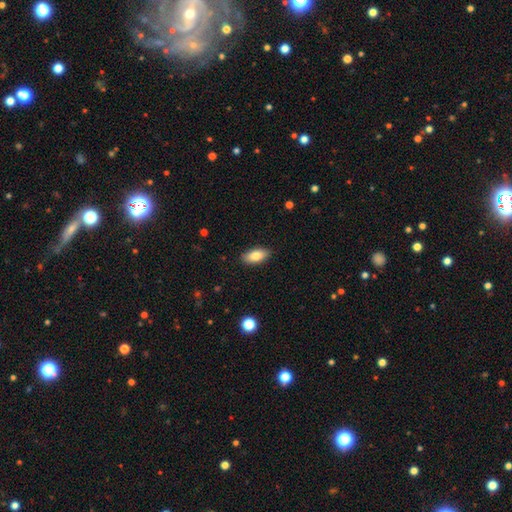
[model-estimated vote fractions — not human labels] Smooth or featured? smooth (82%)
How rounded? in between (88%)
Merging? none (89%)